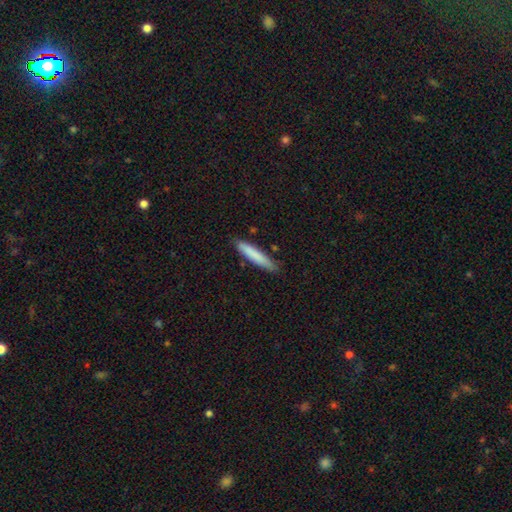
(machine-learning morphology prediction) Smooth or featured? smooth (81%)
How rounded? cigar-shaped (89%)
Merging? none (84%)